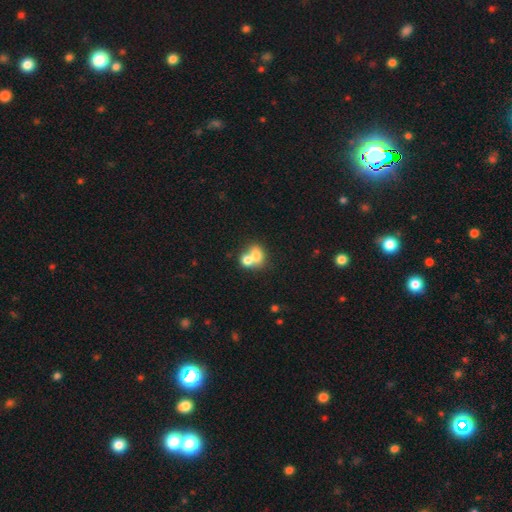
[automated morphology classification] Smooth or featured: smooth — 73% (featured or disk — 18%)
How rounded: round — 51% (in between — 48%)
Merging: merger — 66% (none — 25%)